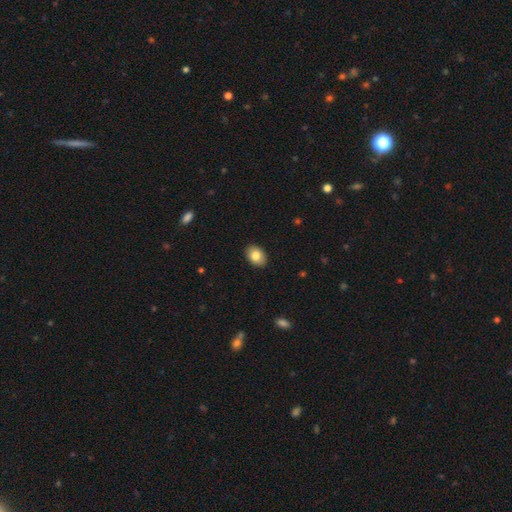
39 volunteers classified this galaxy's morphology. A smooth galaxy with no disk features (90%) that is in between round and cigar-shaped (86%).

Vote fractions:
- Smooth or featured? smooth: 90% / featured or disk: 10% / star or artifact: 0%
- How rounded? in between: 86% / round: 14% / cigar-shaped: 0%
- Merging? none: 95% / minor disturbance: 5% / major disturbance: 0% / merger: 0%